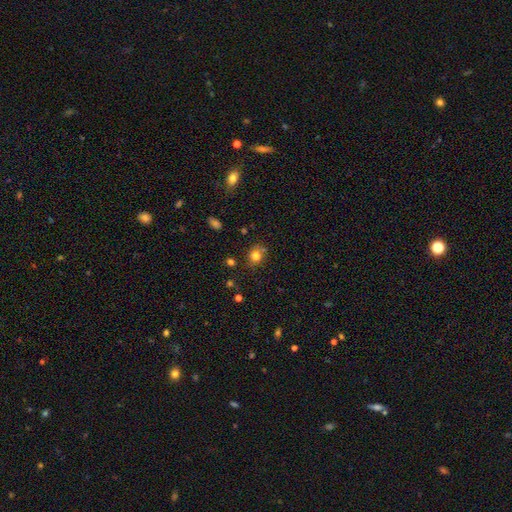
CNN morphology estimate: Q: Smooth or featured?
A: smooth (80%); runner-up: star or artifact (13%)
Q: How rounded?
A: round (68%); runner-up: in between (31%)
Q: Merging?
A: none (74%); runner-up: minor disturbance (16%)